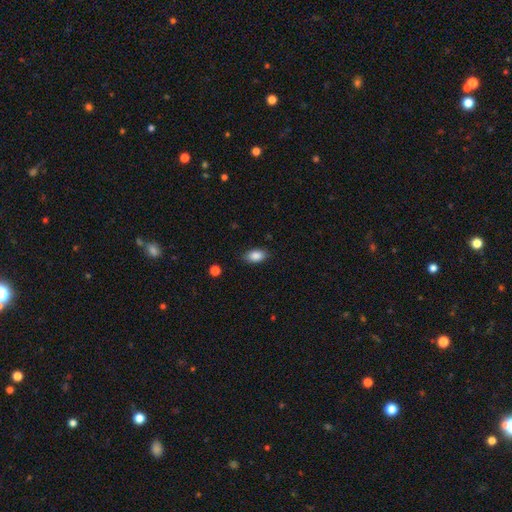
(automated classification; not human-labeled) Overall: smooth (87%). How rounded: in between (92%). Merging: none (86%).